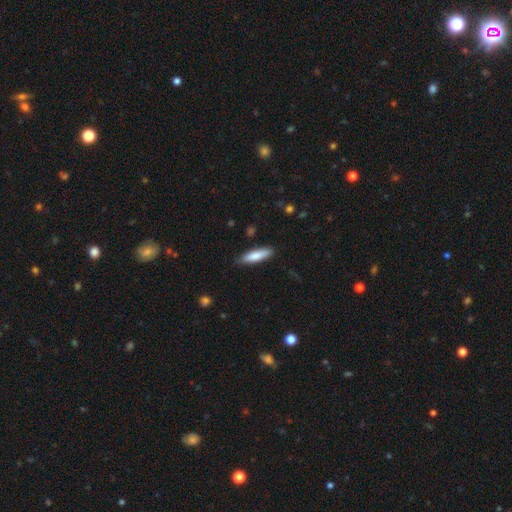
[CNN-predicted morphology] Smooth or featured: smooth — 79% (featured or disk — 15%)
How rounded: cigar-shaped — 72% (in between — 27%)
Merging: none — 83% (minor disturbance — 14%)